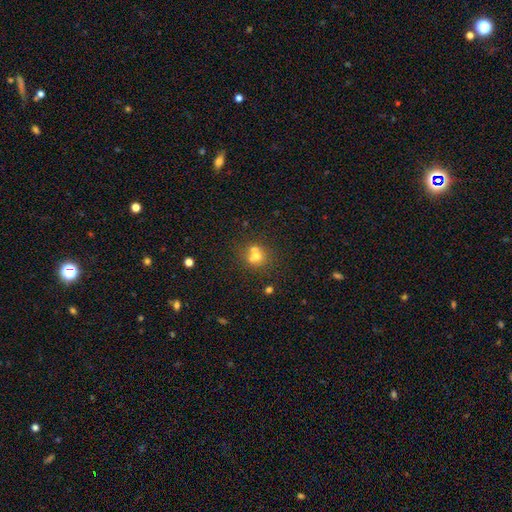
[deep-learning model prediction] Overall: smooth (64%). How rounded: round (79%). Merging: merger (44%; none 43%).